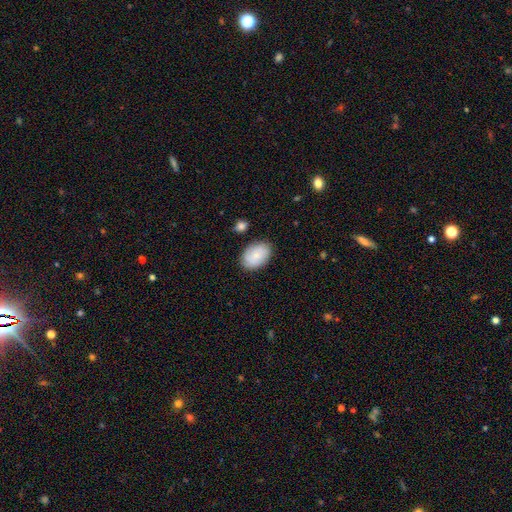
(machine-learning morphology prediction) Smooth or featured? smooth (74%)
How rounded? in between (84%)
Merging? none (81%)